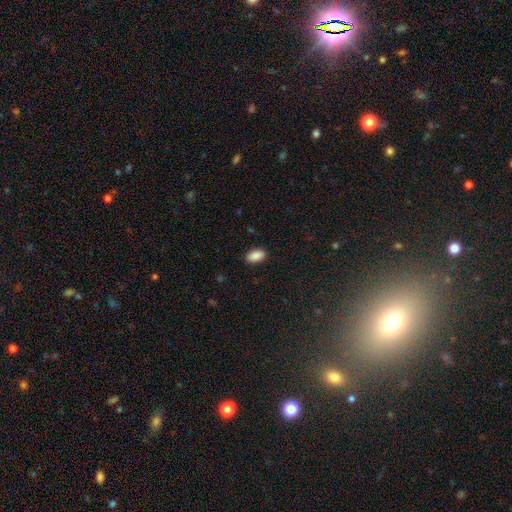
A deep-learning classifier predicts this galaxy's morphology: A smooth galaxy with no disk features (89%) that is in between round and cigar-shaped (94%).

Vote fractions:
- Smooth or featured? smooth: 89% / star or artifact: 7% / featured or disk: 4%
- How rounded? in between: 94% / round: 4% / cigar-shaped: 2%
- Merging? none: 89% / minor disturbance: 8% / major disturbance: 2% / merger: 1%